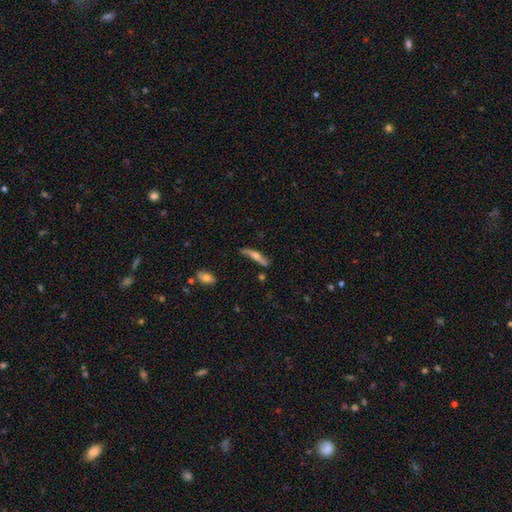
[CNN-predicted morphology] This appears to be a featured or disk galaxy (52%) viewed edge-on (90%). Merging: none (70%).